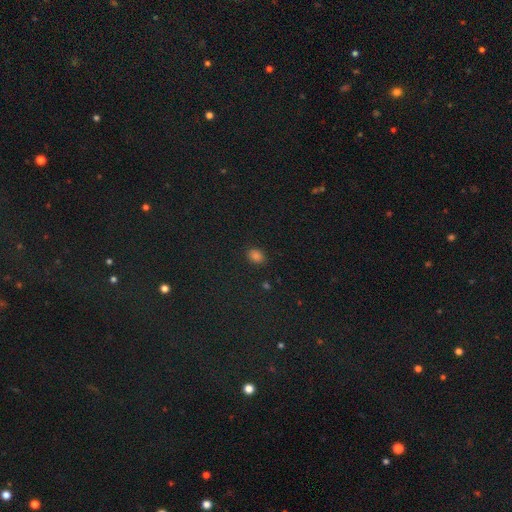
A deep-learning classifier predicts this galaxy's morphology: Overall: smooth (81%). How rounded: in between (63%; round 36%). Merging: none (87%).